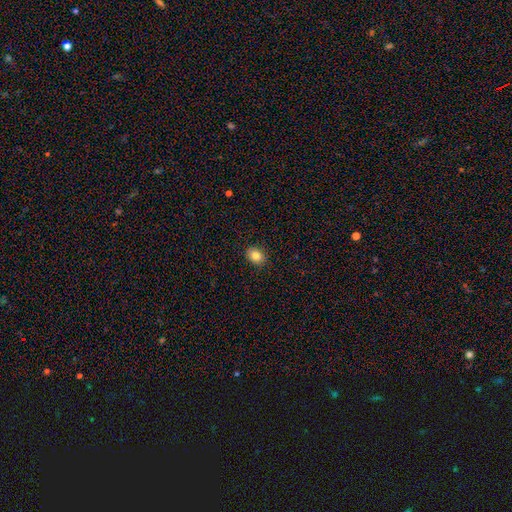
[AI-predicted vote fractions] This is clearly a smooth galaxy (83%). How rounded: likely in between (64%). Merging: clearly none (90%).